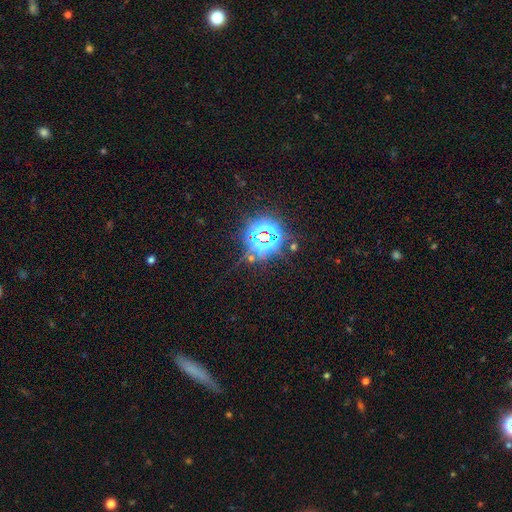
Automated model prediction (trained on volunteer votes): Smooth or featured?
  - star or artifact: 81% *
  - smooth: 11%
  - featured or disk: 8%